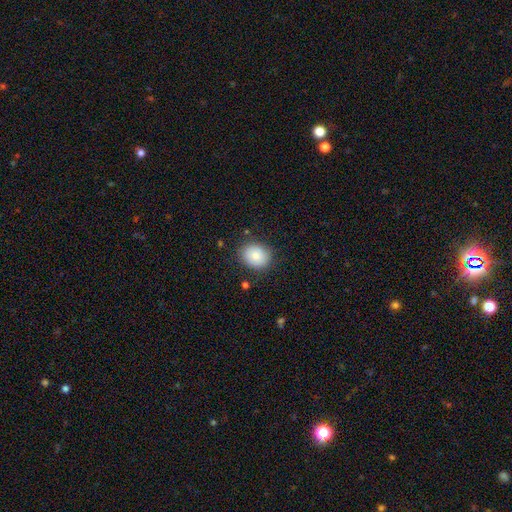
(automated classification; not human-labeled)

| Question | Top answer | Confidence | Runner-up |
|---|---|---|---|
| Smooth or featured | smooth | 85% | featured or disk (8%) |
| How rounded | round | 56% | in between (43%) |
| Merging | none | 84% | minor disturbance (11%) |